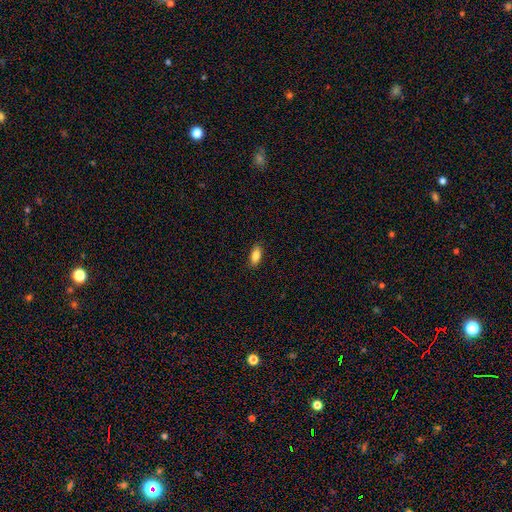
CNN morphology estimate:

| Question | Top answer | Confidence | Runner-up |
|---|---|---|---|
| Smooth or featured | smooth | 85% | featured or disk (8%) |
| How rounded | in between | 85% | cigar-shaped (12%) |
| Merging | none | 88% | minor disturbance (9%) |